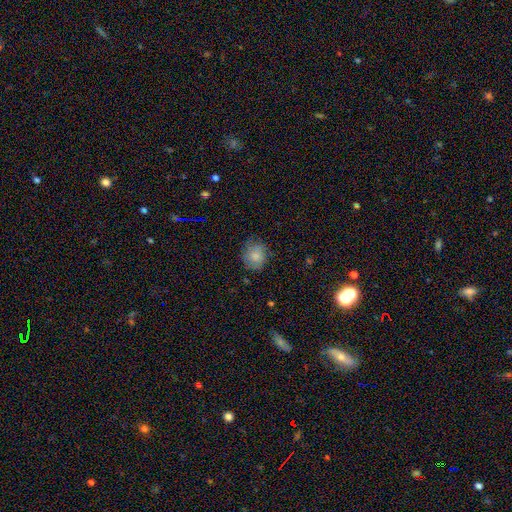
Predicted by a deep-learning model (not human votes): This appears to be a smooth galaxy with no disk features (79%) that is round (68%). Merging: none (68%).